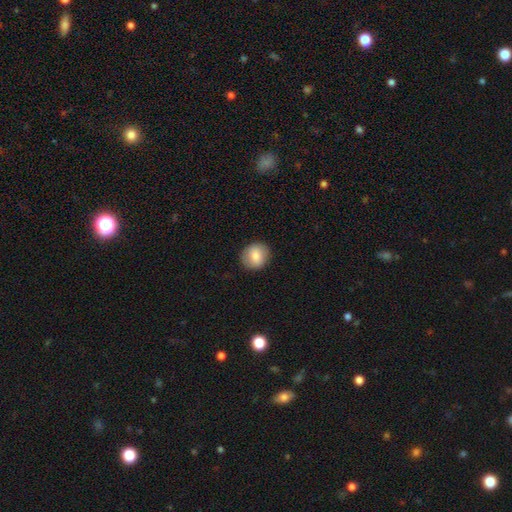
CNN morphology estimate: smooth-or-featured: smooth: 80% | featured or disk: 12% | star or artifact: 8%
  how-rounded: round: 80% | in between: 19% | cigar-shaped: 1%
  merging: none: 89% | minor disturbance: 8% | major disturbance: 2% | merger: 1%